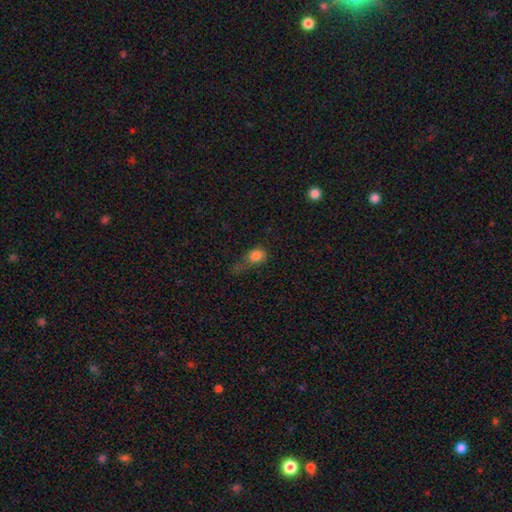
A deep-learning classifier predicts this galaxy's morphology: smooth-or-featured: smooth: 80% | star or artifact: 12% | featured or disk: 8%
  how-rounded: in between: 50% | round: 47% | cigar-shaped: 3%
  merging: major disturbance: 33% | none: 30% | minor disturbance: 27% | merger: 11%